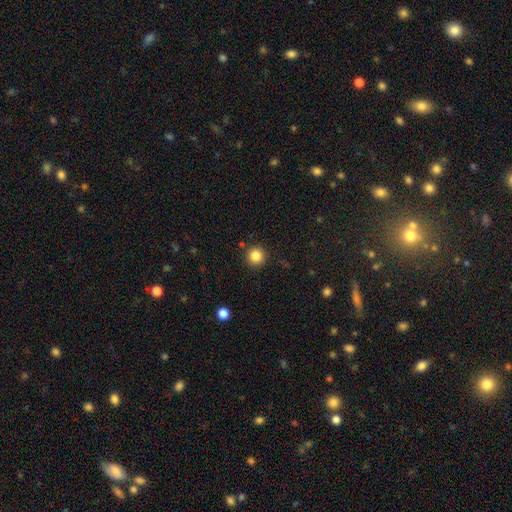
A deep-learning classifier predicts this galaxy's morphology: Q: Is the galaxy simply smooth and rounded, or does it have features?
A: smooth — 84%.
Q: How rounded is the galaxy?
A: round — 95%.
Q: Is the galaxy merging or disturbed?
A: none — 90%.